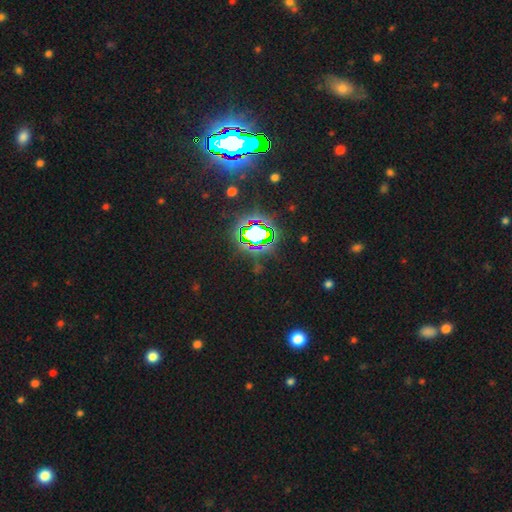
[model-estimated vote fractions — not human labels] This appears to be a star or artifact, not a galaxy (82%).